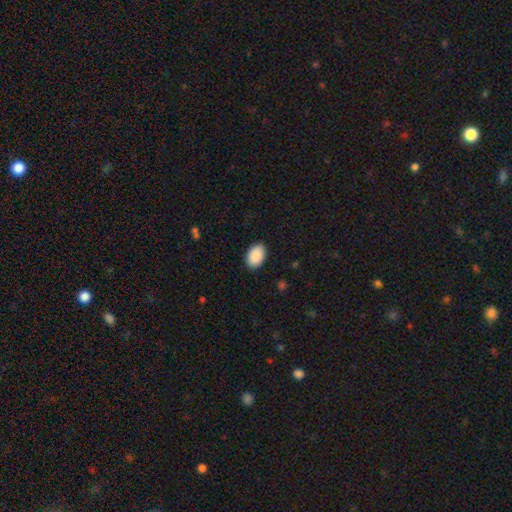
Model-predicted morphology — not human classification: This is clearly a smooth galaxy (91%). How rounded: clearly in between (87%). Merging: clearly none (89%).